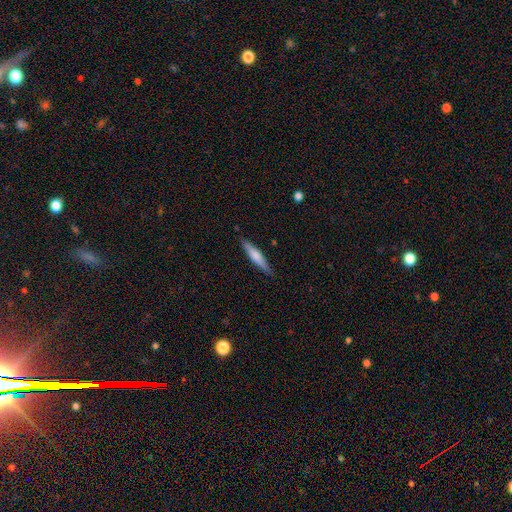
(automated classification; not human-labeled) A smooth galaxy with no disk features (64%) that is cigar-shaped (89%). Merging: none (89%).